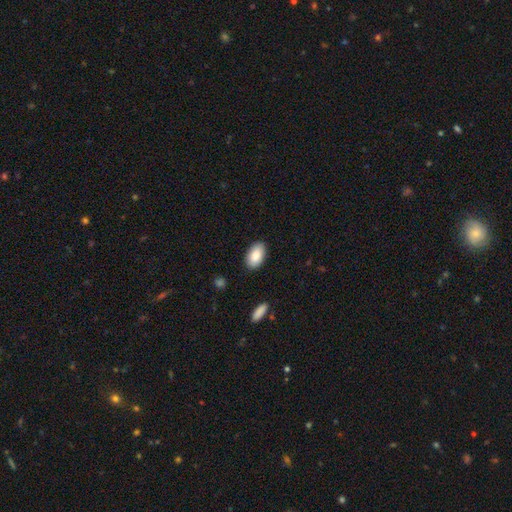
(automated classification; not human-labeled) A smooth galaxy with no disk features (88%) that is in between round and cigar-shaped (95%).

Vote fractions:
- Smooth or featured? smooth: 88% / star or artifact: 6% / featured or disk: 6%
- How rounded? in between: 95% / round: 4% / cigar-shaped: 2%
- Merging? none: 88% / minor disturbance: 9% / major disturbance: 2% / merger: 1%